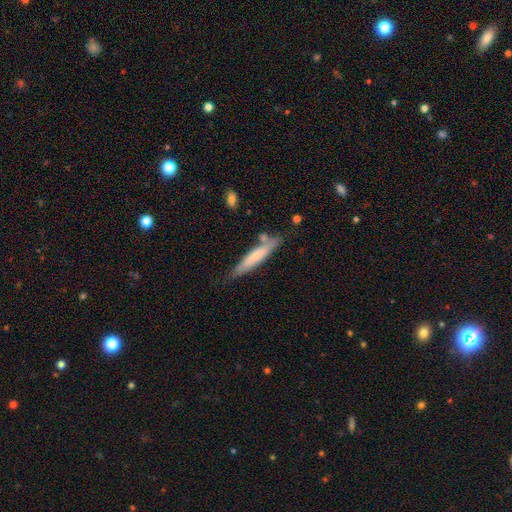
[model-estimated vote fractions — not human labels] Q: Smooth or featured?
A: smooth (61%); runner-up: featured or disk (33%)
Q: How rounded?
A: cigar-shaped (90%); runner-up: in between (9%)
Q: Merging?
A: none (71%); runner-up: minor disturbance (18%)